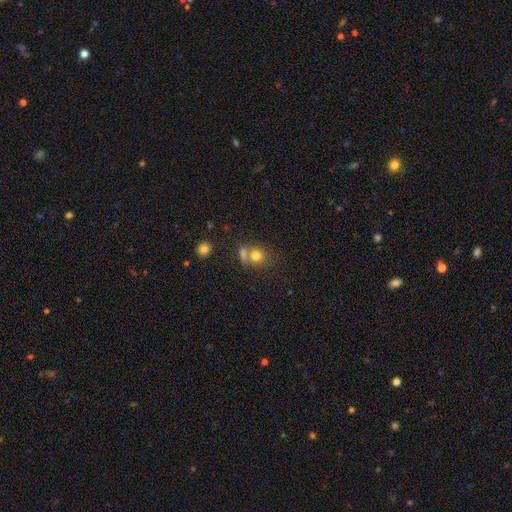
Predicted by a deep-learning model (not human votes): Smooth or featured: smooth — 77% (star or artifact — 13%)
How rounded: round — 77% (in between — 22%)
Merging: none — 45% (merger — 40%)